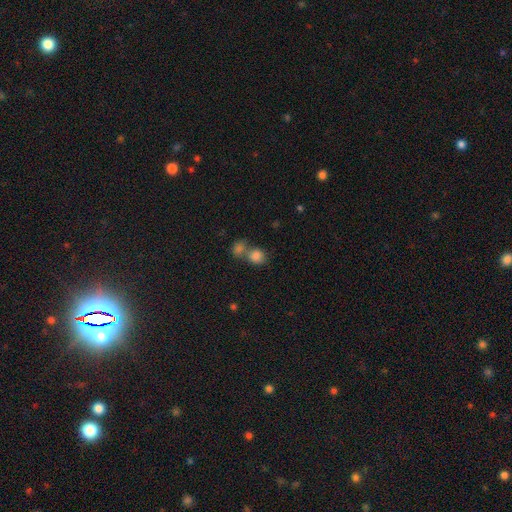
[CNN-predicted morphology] A smooth galaxy with no disk features (83%) that is round (68%).

Vote fractions:
- Smooth or featured? smooth: 83% / star or artifact: 10% / featured or disk: 7%
- How rounded? round: 68% / in between: 31% / cigar-shaped: 1%
- Merging? merger: 52% / none: 36% / minor disturbance: 8% / major disturbance: 4%